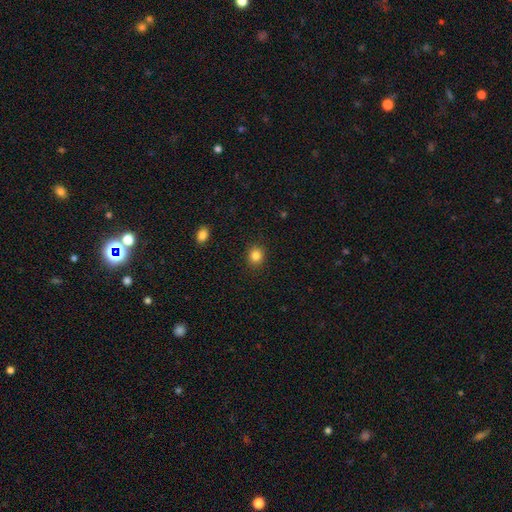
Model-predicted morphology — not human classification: Smooth or featured: smooth — 84% (star or artifact — 11%)
How rounded: round — 80% (in between — 19%)
Merging: none — 90% (minor disturbance — 6%)